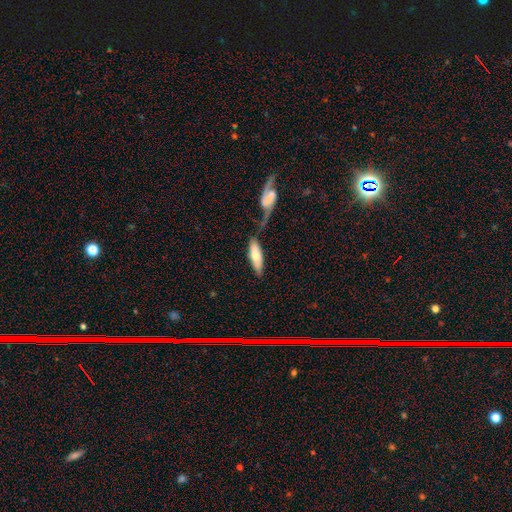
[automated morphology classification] This appears to be a smooth galaxy with no disk features (65%) that is in between round and cigar-shaped (61%). Merging: none (52%).